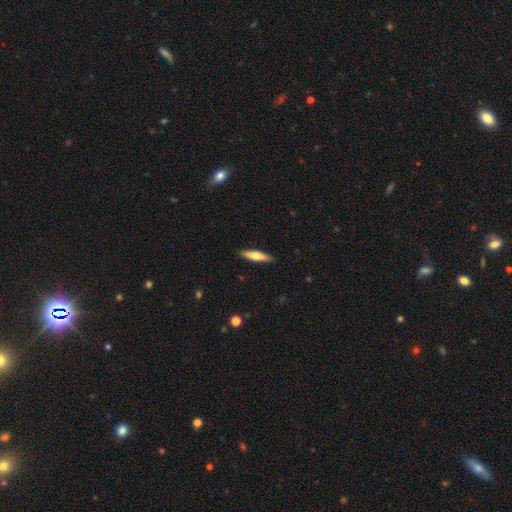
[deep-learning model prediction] Smooth or featured: smooth — 61% (featured or disk — 34%)
How rounded: cigar-shaped — 72% (in between — 26%)
Merging: none — 90% (minor disturbance — 7%)